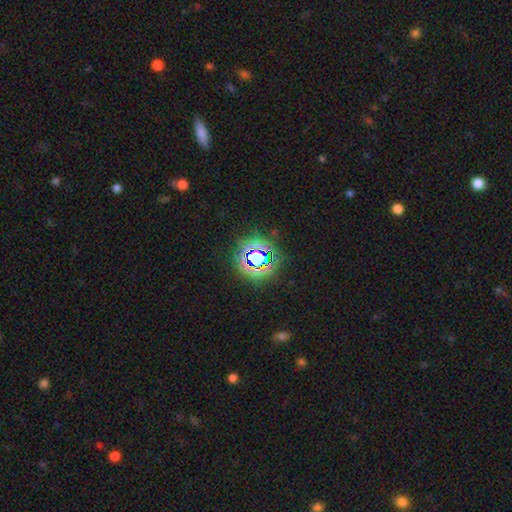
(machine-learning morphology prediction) Smooth or featured? Predicted: star or artifact (p=0.66).